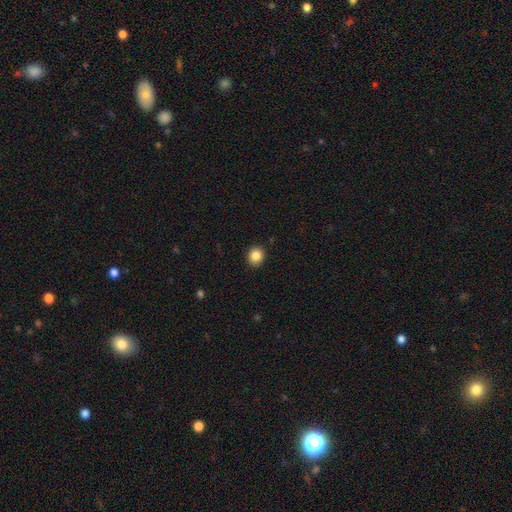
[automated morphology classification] Smooth or featured? Predicted: smooth (p=0.85). How rounded? Predicted: round (p=0.80). Merging? Predicted: none (p=0.91).